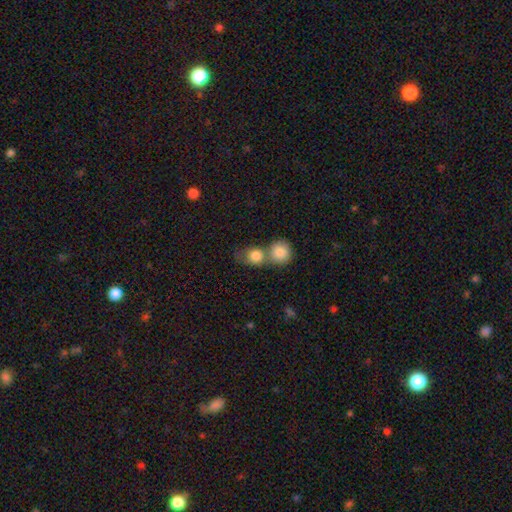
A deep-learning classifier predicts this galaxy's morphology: This appears to be a smooth galaxy with no disk features (83%) that is round (73%). Merging: merger (57%).